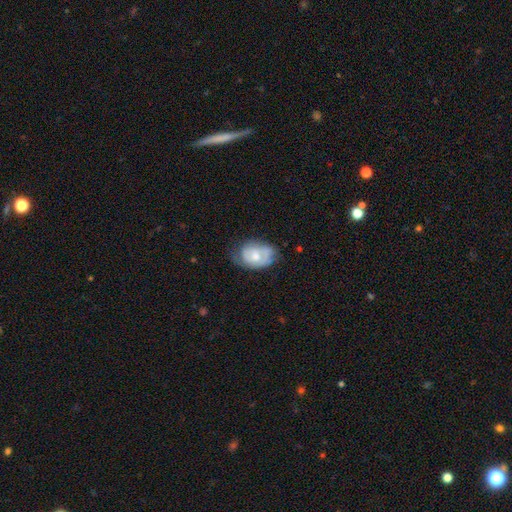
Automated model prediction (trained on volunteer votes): Q: Smooth or featured?
A: smooth (51%); runner-up: featured or disk (43%)
Q: How rounded?
A: in between (76%); runner-up: round (23%)
Q: Merging?
A: none (45%); runner-up: minor disturbance (36%)